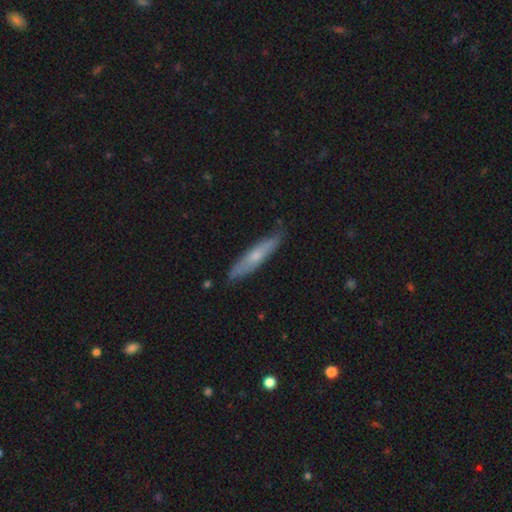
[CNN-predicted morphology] Smooth or featured: smooth — 52% (featured or disk — 43%)
How rounded: cigar-shaped — 89% (in between — 10%)
Merging: none — 83% (minor disturbance — 14%)